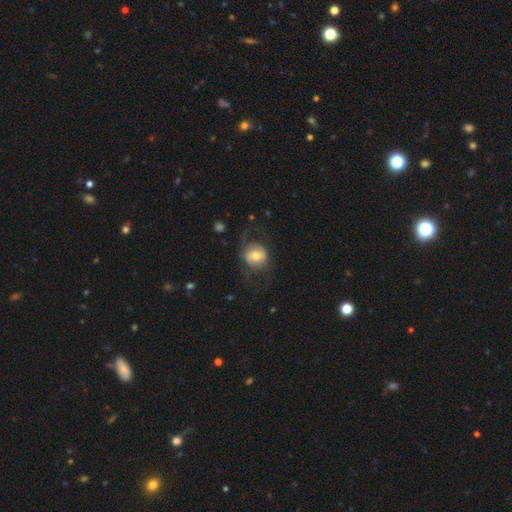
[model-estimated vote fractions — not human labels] Smooth or featured?
  - smooth: 53% *
  - featured or disk: 39%
  - star or artifact: 8%
How rounded?
  - round: 73% *
  - in between: 26%
  - cigar-shaped: 1%
Merging?
  - none: 55% *
  - major disturbance: 25%
  - minor disturbance: 18%
  - merger: 2%